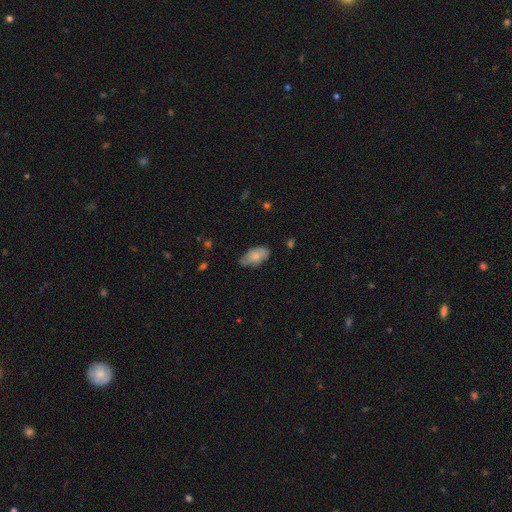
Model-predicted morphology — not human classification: Smooth or featured? Predicted: smooth (p=0.77). How rounded? Predicted: in between (p=0.94). Merging? Predicted: none (p=0.64).